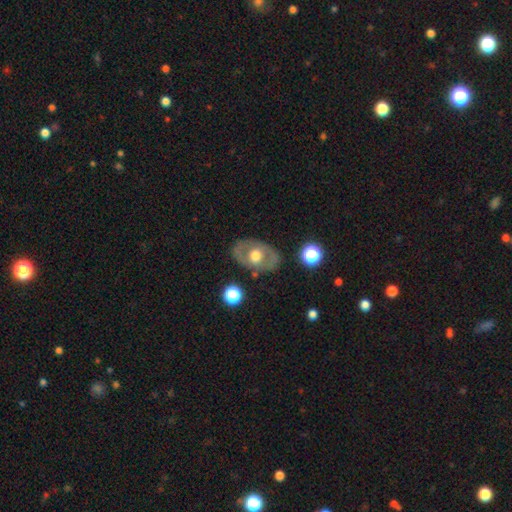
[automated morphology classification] Q: Smooth or featured?
A: featured or disk (53%); runner-up: smooth (40%)
Q: Edge-on disk?
A: no (89%); runner-up: yes (11%)
Q: Merging?
A: none (79%); runner-up: minor disturbance (14%)